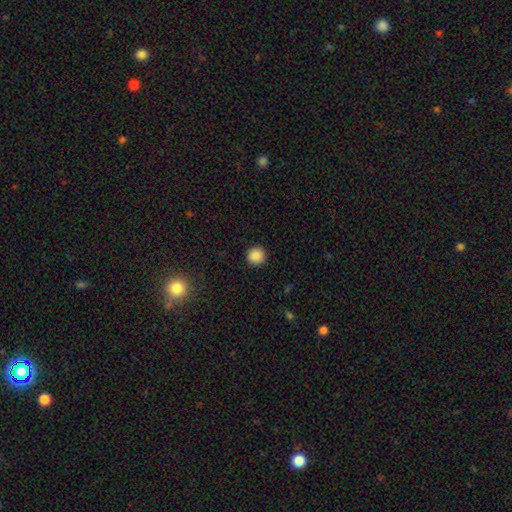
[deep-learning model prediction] A smooth galaxy with no disk features (87%) that is round (95%). Merging: none (92%).